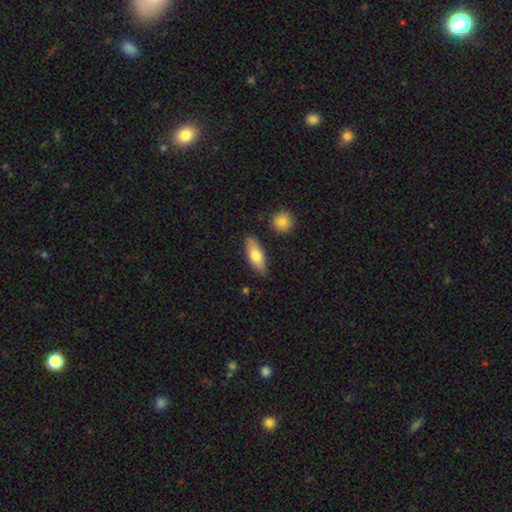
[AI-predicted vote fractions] Morphology: type=smooth (72%); roundness=in between (75%); merging=none (82%).